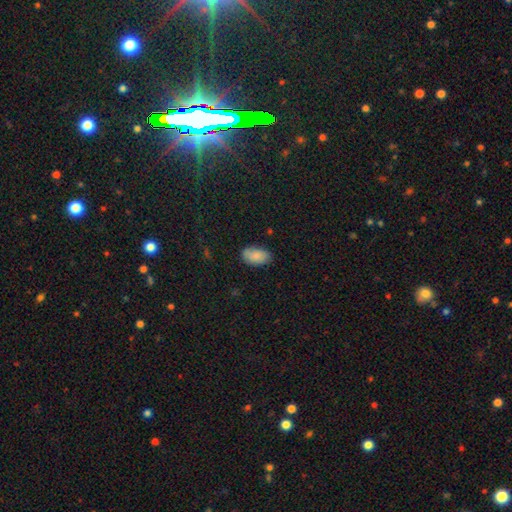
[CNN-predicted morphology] Smooth or featured: smooth — 86% (featured or disk — 8%)
How rounded: in between — 94% (round — 4%)
Merging: none — 81% (minor disturbance — 15%)